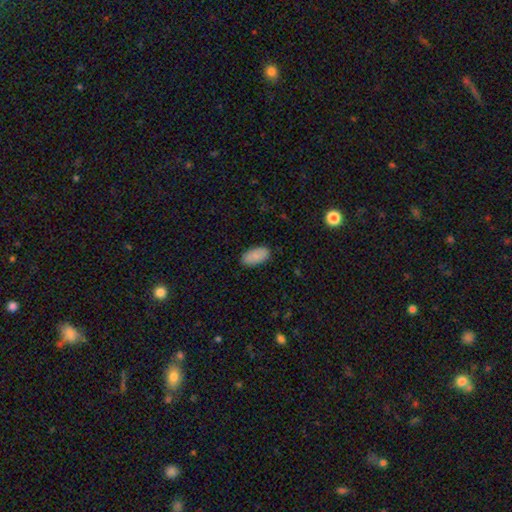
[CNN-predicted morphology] smooth_or_featured: smooth (p=0.88) [alt: star or artifact p=0.06]
how_rounded: in between (p=0.94) [alt: cigar-shaped p=0.04]
merging: none (p=0.85) [alt: minor disturbance p=0.11]